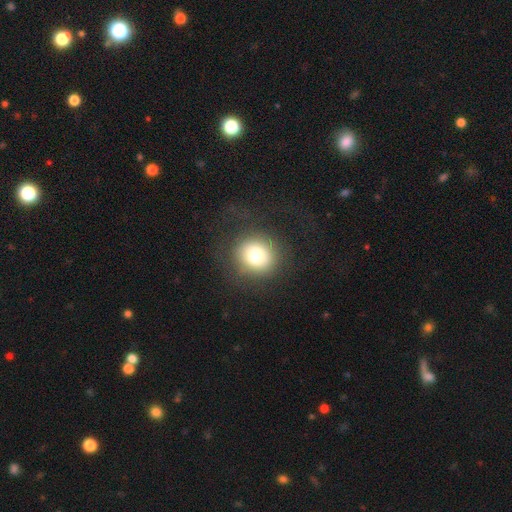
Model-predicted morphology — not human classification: This is likely a smooth galaxy (75%). How rounded: clearly round (89%). Merging: clearly none (81%).